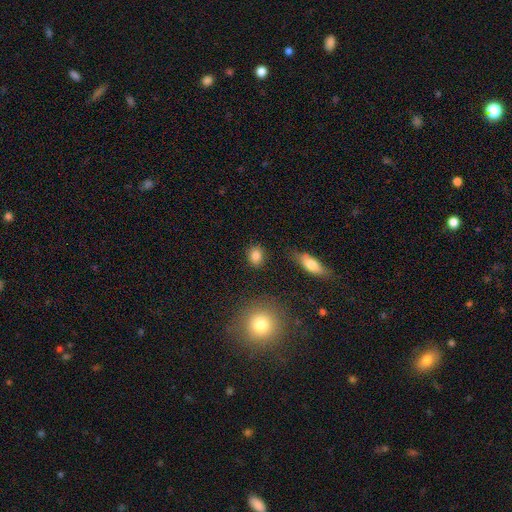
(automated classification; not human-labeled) Smooth or featured: smooth — 84% (star or artifact — 10%)
How rounded: in between — 49% (tied with round — 49%)
Merging: none — 86% (minor disturbance — 9%)